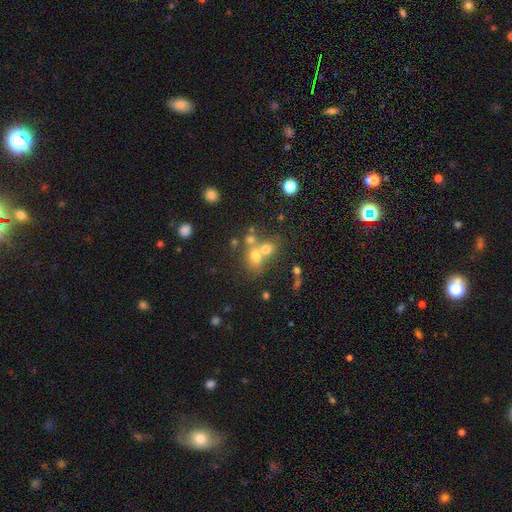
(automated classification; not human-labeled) A smooth galaxy with no disk features (53%) that is round (71%). Merging: merger (51%).